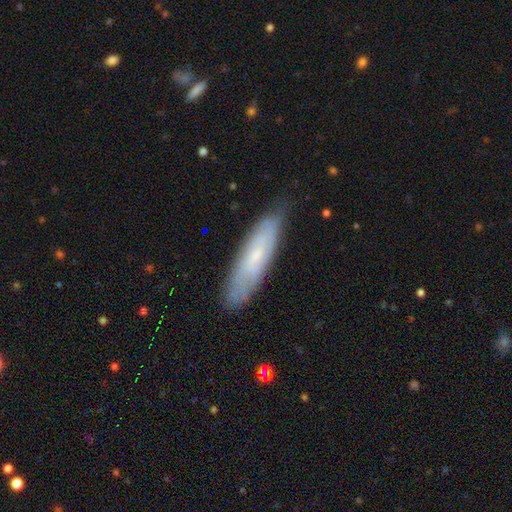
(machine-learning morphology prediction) type=featured or disk (46%, tied with smooth); merging=none (79%).